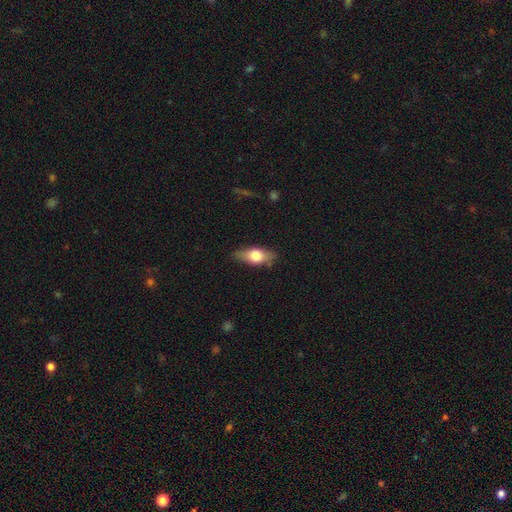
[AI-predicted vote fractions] Q: Smooth or featured?
A: smooth (64%); runner-up: featured or disk (29%)
Q: How rounded?
A: in between (77%); runner-up: cigar-shaped (17%)
Q: Merging?
A: none (82%); runner-up: minor disturbance (14%)